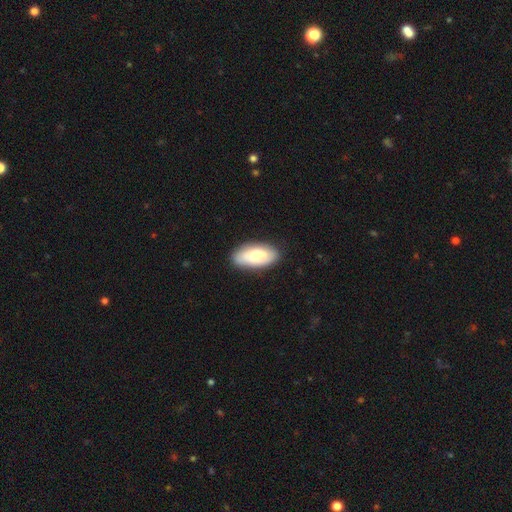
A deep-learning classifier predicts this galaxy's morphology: Smooth or featured?
  - smooth: 79% *
  - featured or disk: 16%
  - star or artifact: 6%
How rounded?
  - in between: 92% *
  - cigar-shaped: 6%
  - round: 2%
Merging?
  - none: 83% *
  - minor disturbance: 13%
  - major disturbance: 3%
  - merger: 1%